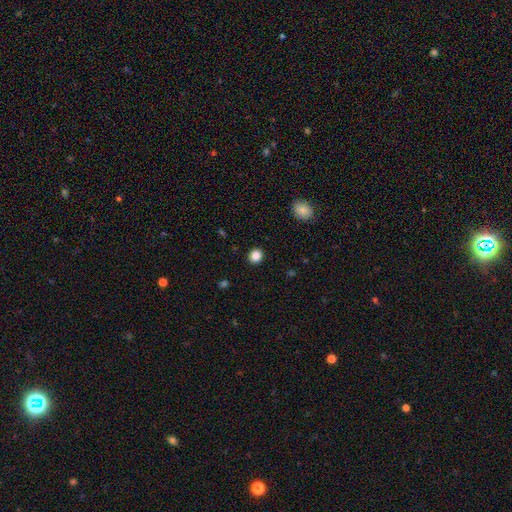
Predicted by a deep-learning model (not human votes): Smooth or featured? Predicted: smooth (p=0.85). How rounded? Predicted: round (p=0.80). Merging? Predicted: none (p=0.91).